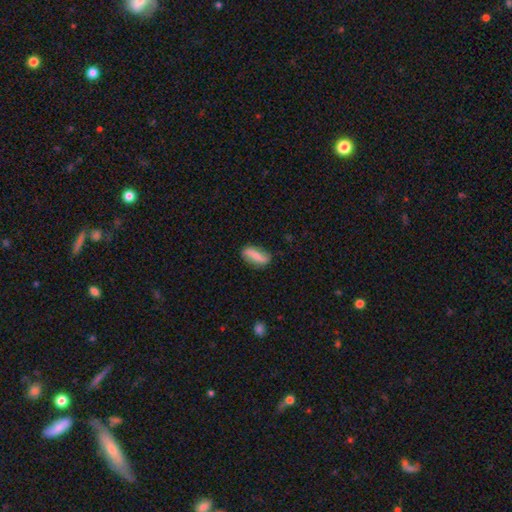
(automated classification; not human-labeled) smooth_or_featured: smooth (p=0.60) [alt: featured or disk p=0.33]
how_rounded: in between (p=0.68) [alt: cigar-shaped p=0.28]
merging: none (p=0.77) [alt: minor disturbance p=0.17]